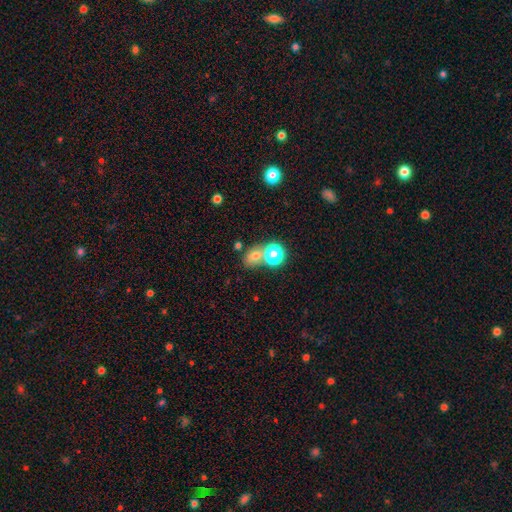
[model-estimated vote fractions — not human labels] A smooth galaxy with no disk features (66%) that is round (52%).

Vote fractions:
- Smooth or featured? smooth: 66% / star or artifact: 22% / featured or disk: 12%
- How rounded? round: 52% / in between: 47% / cigar-shaped: 2%
- Merging? none: 47% / merger: 37% / minor disturbance: 10% / major disturbance: 6%